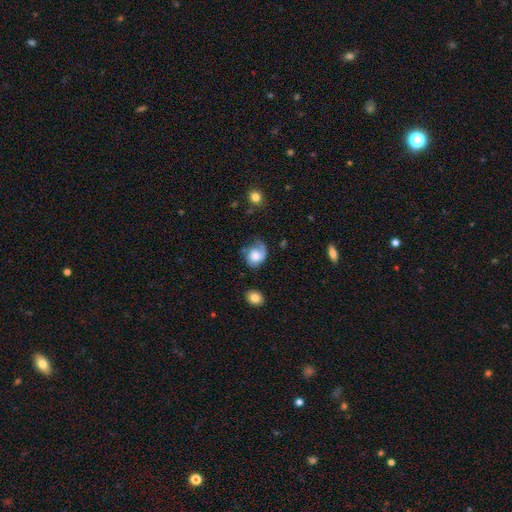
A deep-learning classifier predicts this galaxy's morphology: smooth-or-featured: featured or disk: 54% | smooth: 38% | star or artifact: 8%
  disk-edge-on: no: 97% | yes: 3%
    bar: no: 70% | weak: 26% | strong: 4%
    has-spiral-arms: yes: 88% | no: 12%
    bulge-size: moderate: 44% | large: 27% | small: 18% | none: 7% | dominant: 4%
  merging: none: 48% | minor disturbance: 27% | major disturbance: 21% | merger: 3%